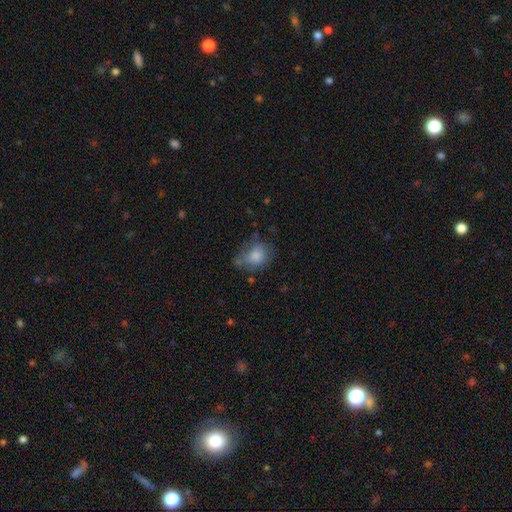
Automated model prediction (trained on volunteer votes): smooth 74%, featured or disk 17%, star or artifact 9%. Down the decision tree: how rounded — in between (50%); merging — none (49%).